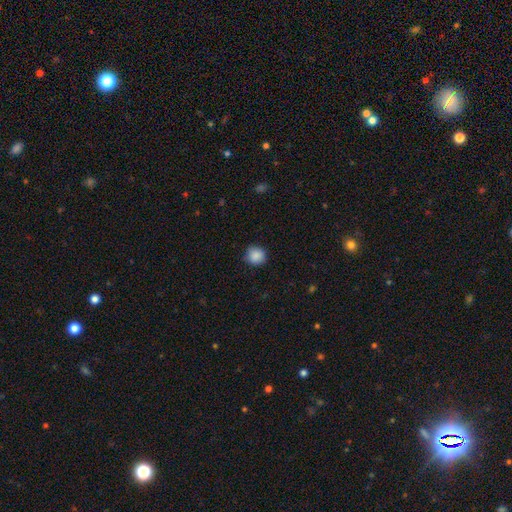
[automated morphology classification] This appears to be a smooth galaxy with no disk features (88%) that is round (90%). Merging: none (87%).